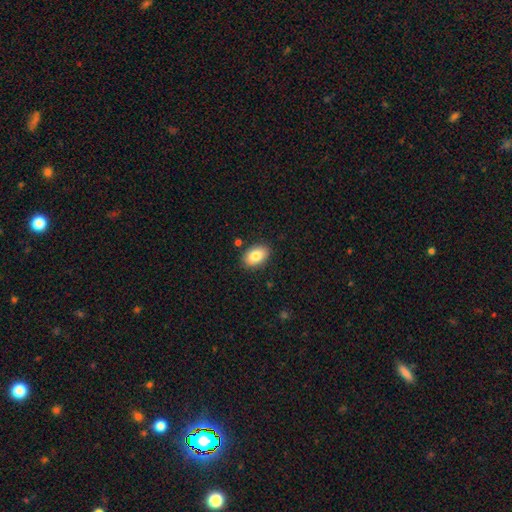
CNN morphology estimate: type=smooth (83%); roundness=in between (87%); merging=none (86%).